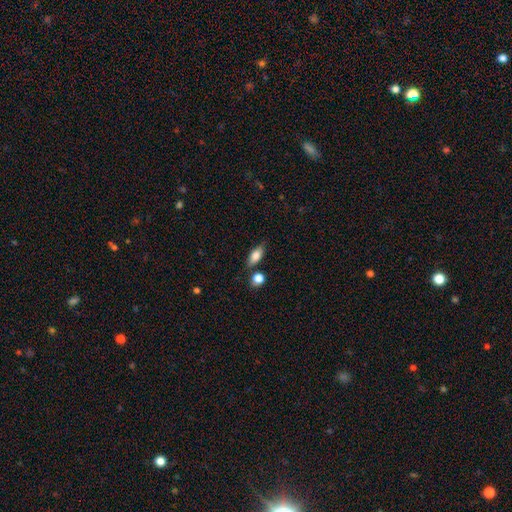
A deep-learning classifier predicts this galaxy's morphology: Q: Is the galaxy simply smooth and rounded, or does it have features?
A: smooth — 79%.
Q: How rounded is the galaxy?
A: in between — 81%.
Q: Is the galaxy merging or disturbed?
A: none — 71%.